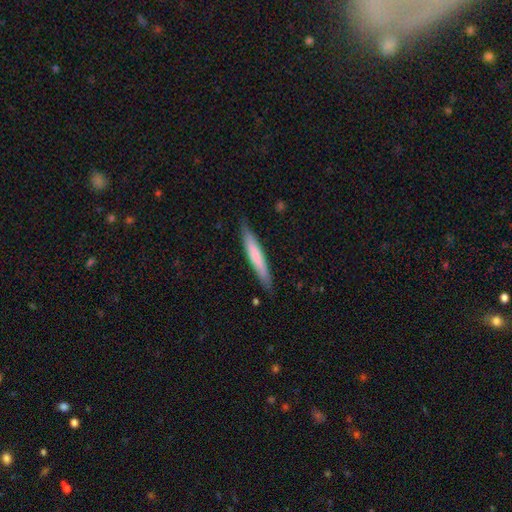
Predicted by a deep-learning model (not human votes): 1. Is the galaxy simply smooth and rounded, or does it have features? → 67% smooth, 28% featured or disk, 5% star or artifact.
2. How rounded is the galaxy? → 94% cigar-shaped, 5% in between, 1% round.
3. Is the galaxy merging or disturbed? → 87% none, 10% minor disturbance, 2% major disturbance, 1% merger.